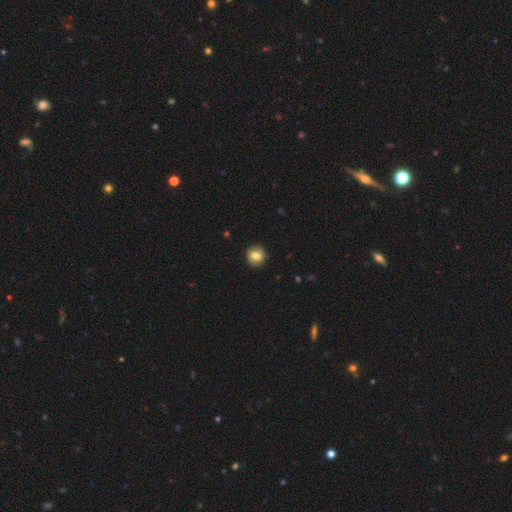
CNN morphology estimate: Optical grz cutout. It shows a smooth galaxy with no disk features (78%) that is round (84%). Merging: none (90%).